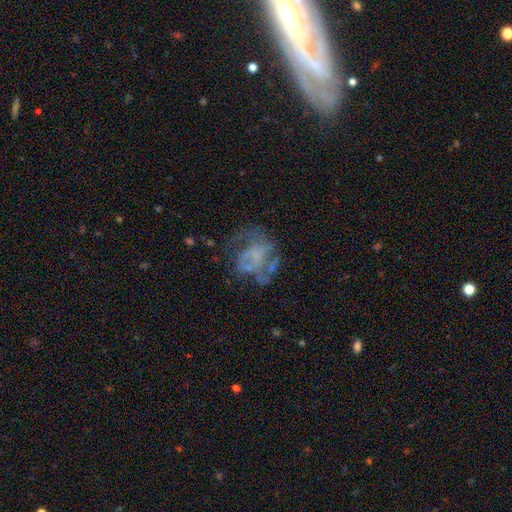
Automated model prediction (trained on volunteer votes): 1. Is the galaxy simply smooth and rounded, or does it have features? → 63% featured or disk, 24% smooth, 13% star or artifact.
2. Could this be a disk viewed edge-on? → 98% no, 2% yes.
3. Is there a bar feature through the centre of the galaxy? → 78% no, 18% weak, 4% strong.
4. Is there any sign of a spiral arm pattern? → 58% no, 42% yes.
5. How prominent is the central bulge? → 65% none, 19% small, 11% moderate, 4% large, 1% dominant.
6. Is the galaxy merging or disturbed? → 38% none (tied), 38% major disturbance (tied), 20% minor disturbance, 5% merger.